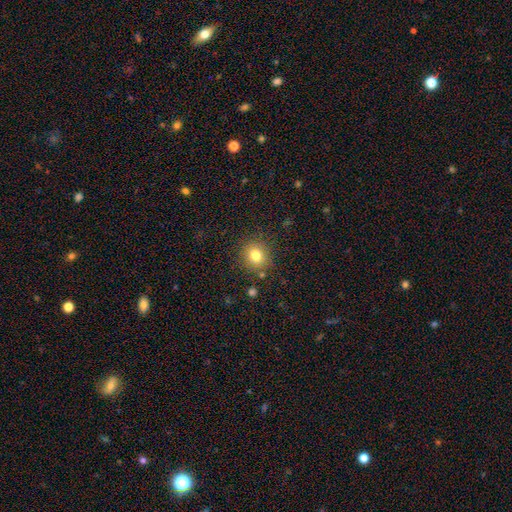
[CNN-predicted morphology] smooth 79%, star or artifact 13%, featured or disk 9%. Down the decision tree: how rounded — round (82%); merging — none (85%).